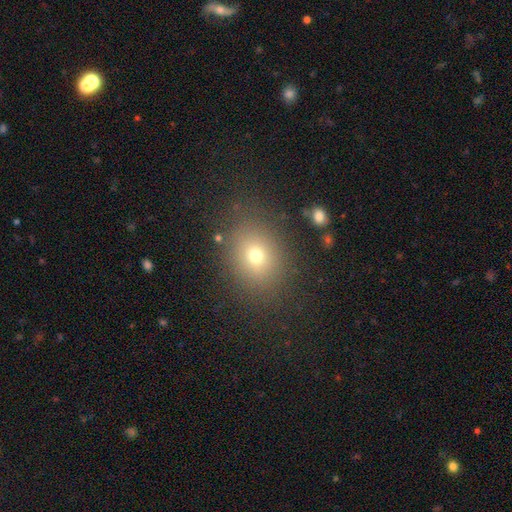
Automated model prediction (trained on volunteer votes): A smooth galaxy with no disk features (71%) that is round (55%). Merging: none (84%).